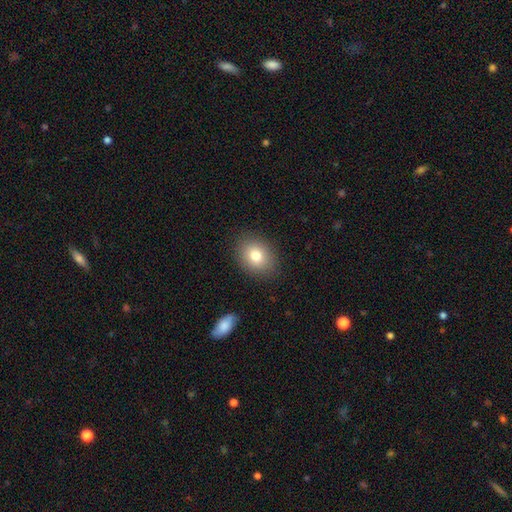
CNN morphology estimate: type=smooth (79%); roundness=in between (52%); merging=none (87%).